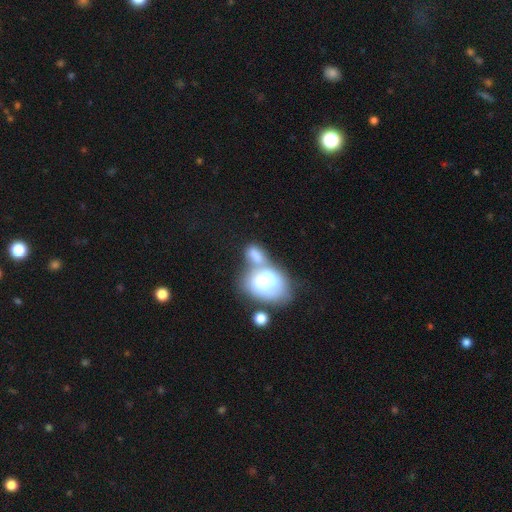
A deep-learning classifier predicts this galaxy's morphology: Q: Smooth or featured?
A: smooth (62%); runner-up: featured or disk (29%)
Q: How rounded?
A: in between (77%); runner-up: round (21%)
Q: Merging?
A: merger (67%); runner-up: none (14%)